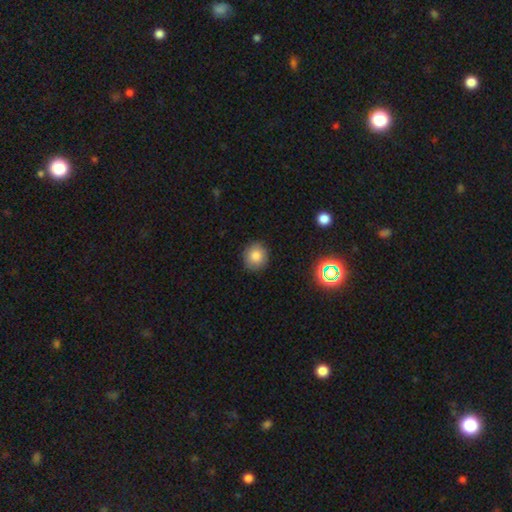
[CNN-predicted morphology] type=smooth (82%); roundness=round (87%); merging=none (89%).